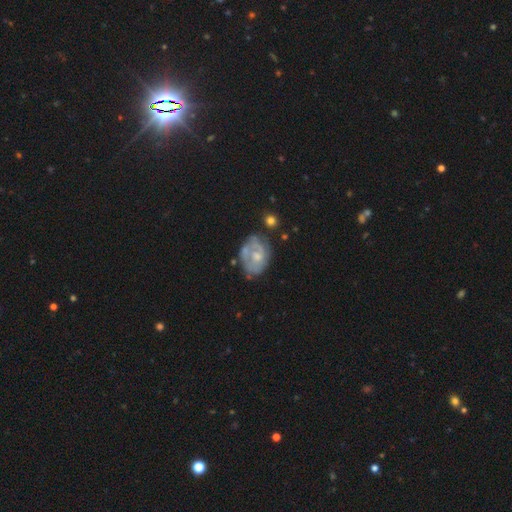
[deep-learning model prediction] This is likely a featured or disk galaxy (64%). It is clearly not viewed edge-on (97%). Bar: likely no (77%). Spiral arm pattern: possibly no (51%). Central bulge: possibly moderate (50%). Merging: possibly none (54%).